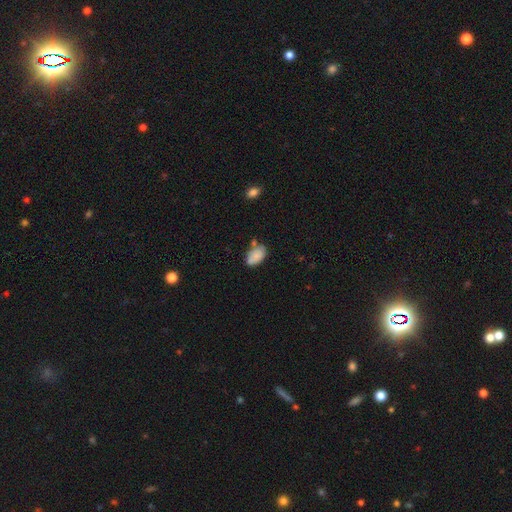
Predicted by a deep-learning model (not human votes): Smooth or featured? Predicted: smooth (p=0.84). How rounded? Predicted: in between (p=0.92). Merging? Predicted: none (p=0.62).